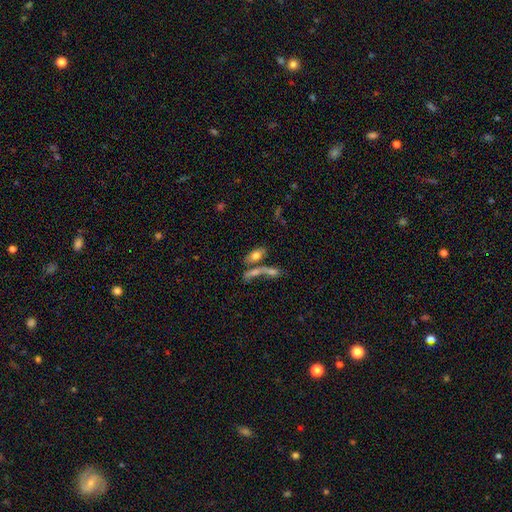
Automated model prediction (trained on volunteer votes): smooth_or_featured: smooth (p=0.69) [alt: featured or disk p=0.22]
how_rounded: in between (p=0.73) [alt: cigar-shaped p=0.23]
merging: none (p=0.46) [alt: merger p=0.37]